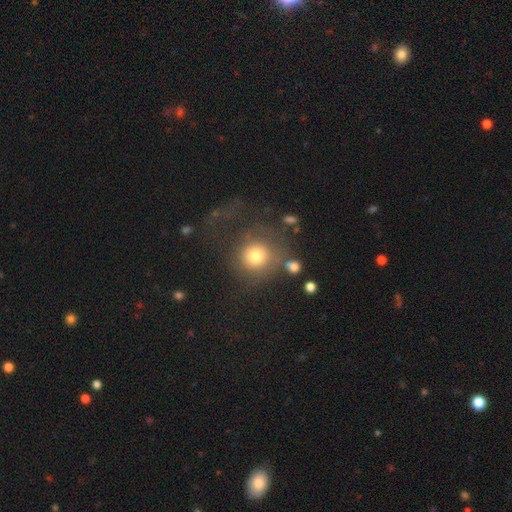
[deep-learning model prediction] Smooth or featured: smooth — 69% (featured or disk — 19%)
How rounded: round — 89% (in between — 10%)
Merging: none — 48% (major disturbance — 30%)